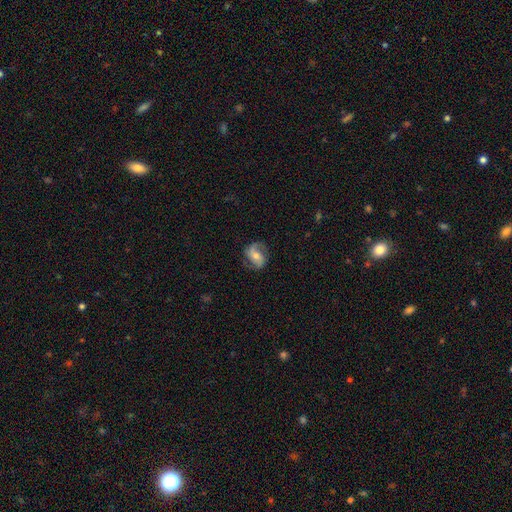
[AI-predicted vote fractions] Overall: featured or disk (73%). Edge-on disk: no (97%). Bar: no (43%; weak 35%). Spiral arms: yes (92%). Spiral arm count: 2 (88%). Spiral winding: medium (44%; loose 35%). Bulge size: moderate (56%; small 37%). Merging: none (75%).